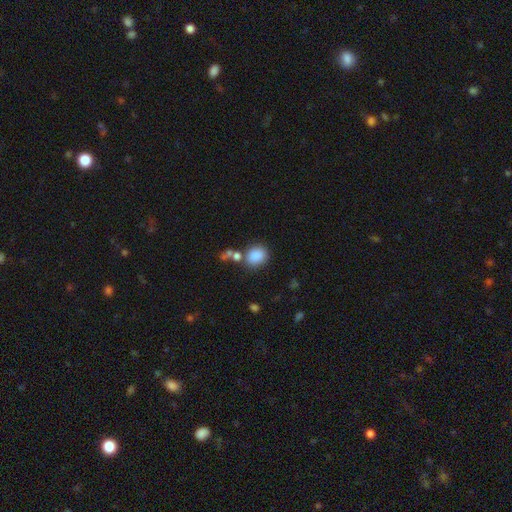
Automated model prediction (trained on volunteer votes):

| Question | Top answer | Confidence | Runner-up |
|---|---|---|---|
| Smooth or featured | smooth | 85% | star or artifact (9%) |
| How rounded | round | 64% | in between (35%) |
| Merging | none | 69% | merger (14%) |